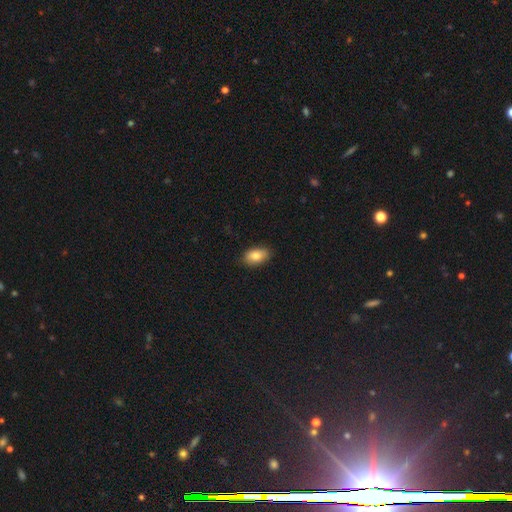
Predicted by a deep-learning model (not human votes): A smooth galaxy with no disk features (82%) that is in between round and cigar-shaped (91%).

Vote fractions:
- Smooth or featured? smooth: 82% / featured or disk: 10% / star or artifact: 8%
- How rounded? in between: 91% / round: 7% / cigar-shaped: 2%
- Merging? none: 87% / minor disturbance: 10% / major disturbance: 2% / merger: 1%